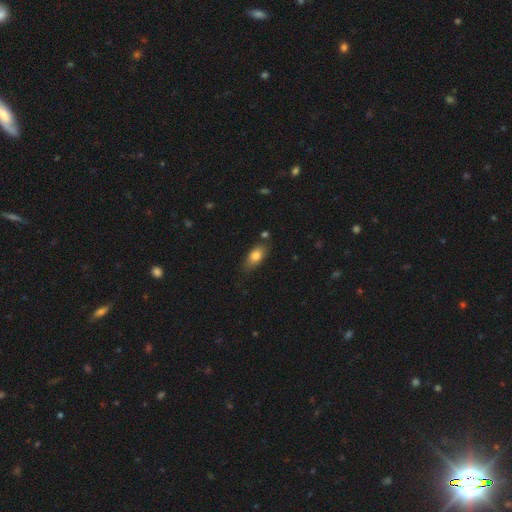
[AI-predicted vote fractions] smooth-or-featured: smooth: 78% | featured or disk: 14% | star or artifact: 8%
  how-rounded: in between: 85% | cigar-shaped: 9% | round: 6%
  merging: none: 76% | minor disturbance: 17% | merger: 4% | major disturbance: 3%